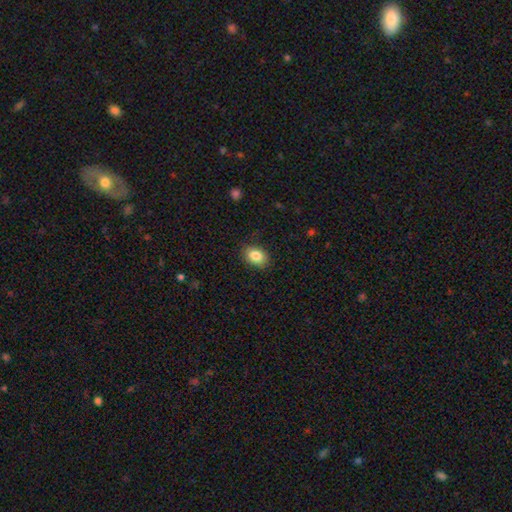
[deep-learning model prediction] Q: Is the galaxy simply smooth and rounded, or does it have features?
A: smooth — 85%.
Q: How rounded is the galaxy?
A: in between — 82%.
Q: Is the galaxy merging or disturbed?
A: none — 86%.